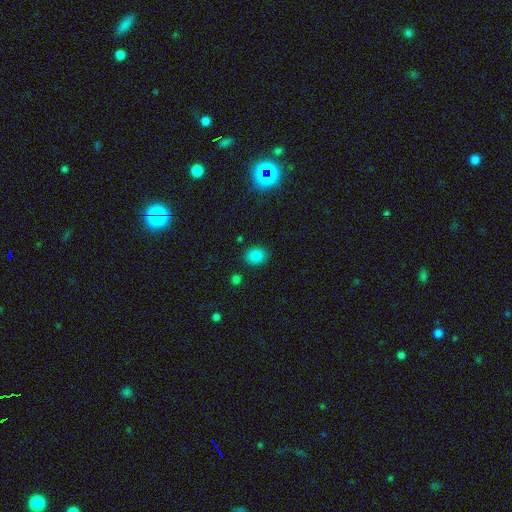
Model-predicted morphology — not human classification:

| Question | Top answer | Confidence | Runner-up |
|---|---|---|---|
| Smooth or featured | smooth | 84% | star or artifact (13%) |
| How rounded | round | 54% | in between (45%) |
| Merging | none | 86% | minor disturbance (9%) |